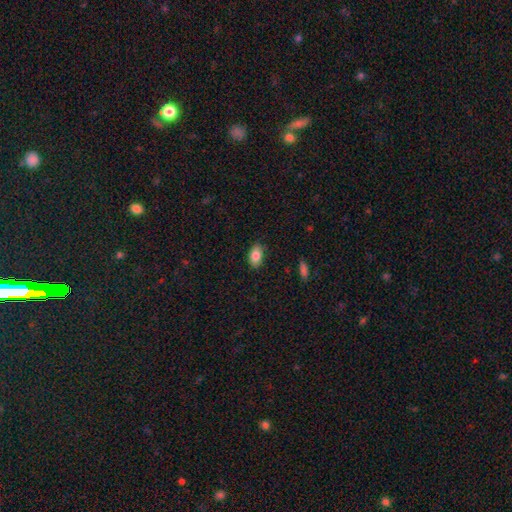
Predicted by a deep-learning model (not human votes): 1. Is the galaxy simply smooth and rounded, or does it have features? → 83% smooth, 9% featured or disk, 8% star or artifact.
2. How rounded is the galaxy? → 90% in between, 7% round, 3% cigar-shaped.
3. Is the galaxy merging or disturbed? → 83% none, 13% minor disturbance, 3% major disturbance, 1% merger.